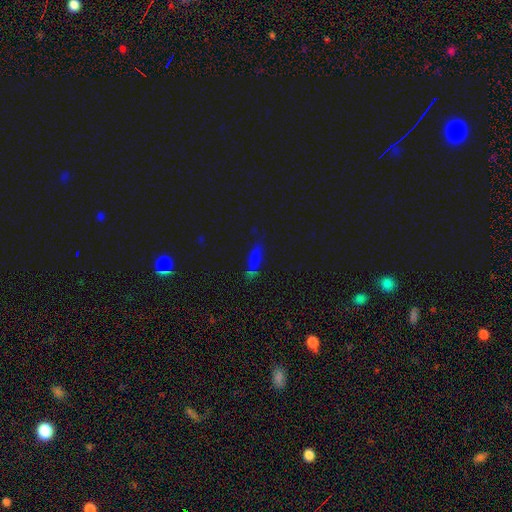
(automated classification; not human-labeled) Smooth or featured?
  - smooth: 44% *
  - star or artifact: 41%
  - featured or disk: 15%
Merging?
  - none: 67% *
  - minor disturbance: 16%
  - merger: 10%
  - major disturbance: 8%